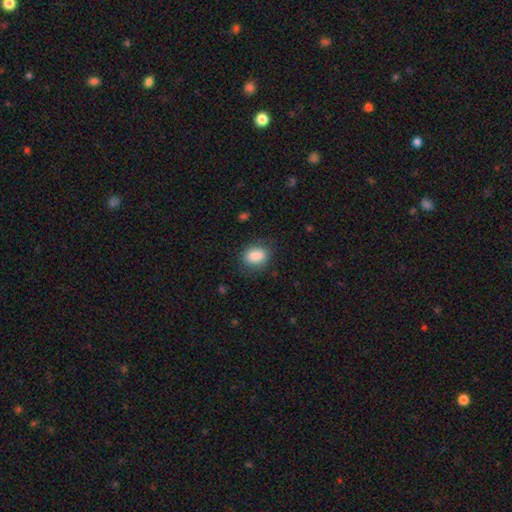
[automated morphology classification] Smooth or featured: smooth — 87% (star or artifact — 8%)
How rounded: in between — 71% (round — 27%)
Merging: none — 78% (minor disturbance — 16%)